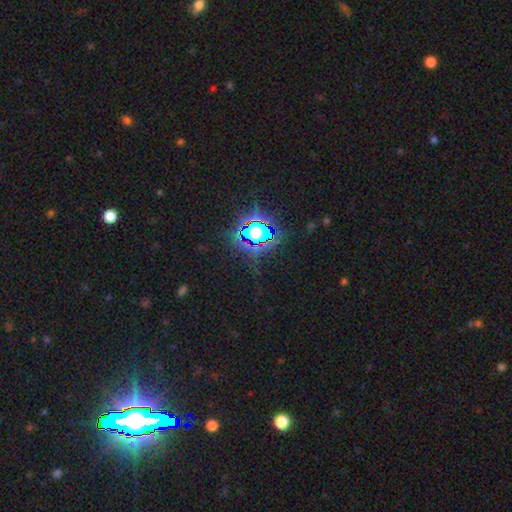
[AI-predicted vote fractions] smooth-or-featured: star or artifact: 80% | smooth: 12% | featured or disk: 8%